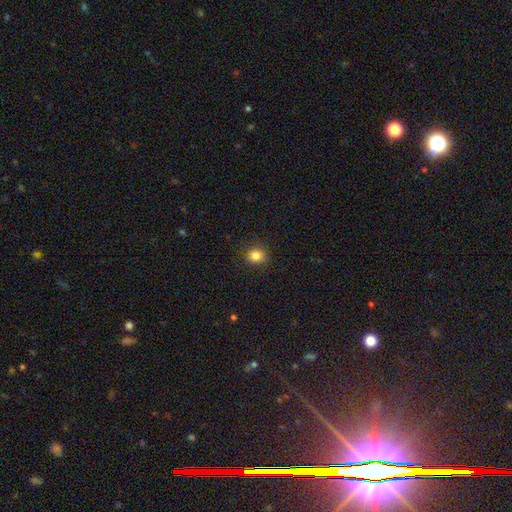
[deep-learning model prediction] Q: Smooth or featured?
A: smooth (83%); runner-up: star or artifact (12%)
Q: How rounded?
A: round (75%); runner-up: in between (24%)
Q: Merging?
A: none (87%); runner-up: minor disturbance (10%)